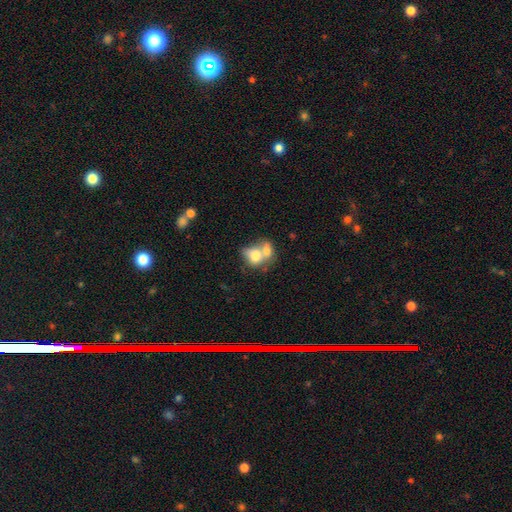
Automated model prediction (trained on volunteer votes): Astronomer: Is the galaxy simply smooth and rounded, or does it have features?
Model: smooth — 70%.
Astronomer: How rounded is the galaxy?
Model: in between — 53% (runner-up: round, 45%).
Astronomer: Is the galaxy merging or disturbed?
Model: merger — 71%.